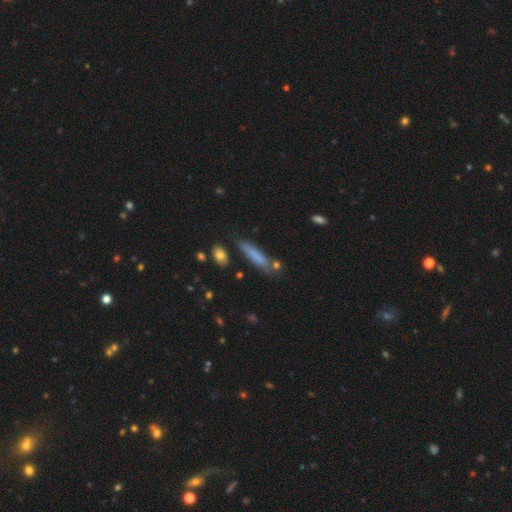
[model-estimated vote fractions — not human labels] This is likely a smooth galaxy (70%). How rounded: clearly cigar-shaped (84%). Merging: likely none (73%).